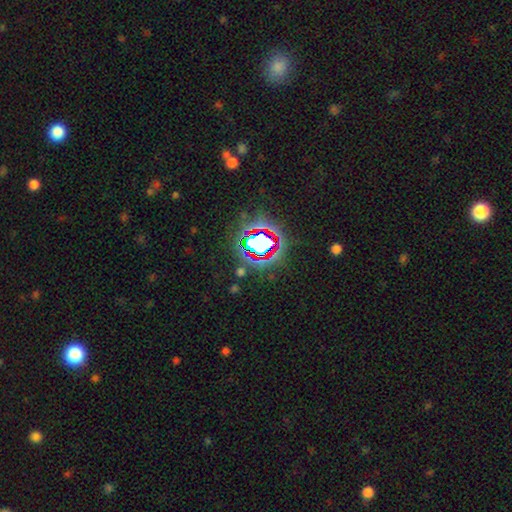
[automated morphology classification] smooth_or_featured: star or artifact (p=0.81) [alt: smooth p=0.11]